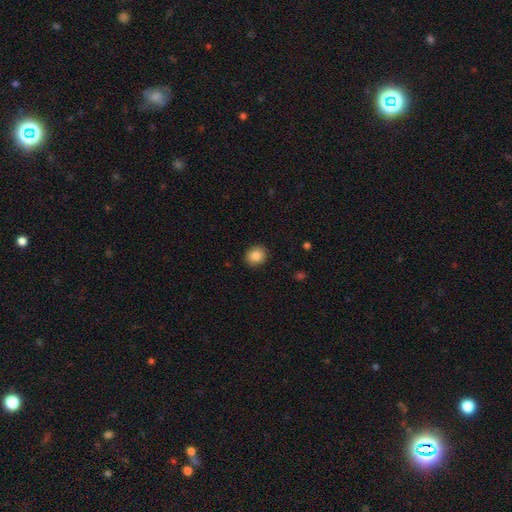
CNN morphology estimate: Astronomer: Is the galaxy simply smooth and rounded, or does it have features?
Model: smooth — 86%.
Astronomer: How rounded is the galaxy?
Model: round — 77%.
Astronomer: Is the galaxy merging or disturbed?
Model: none — 91%.